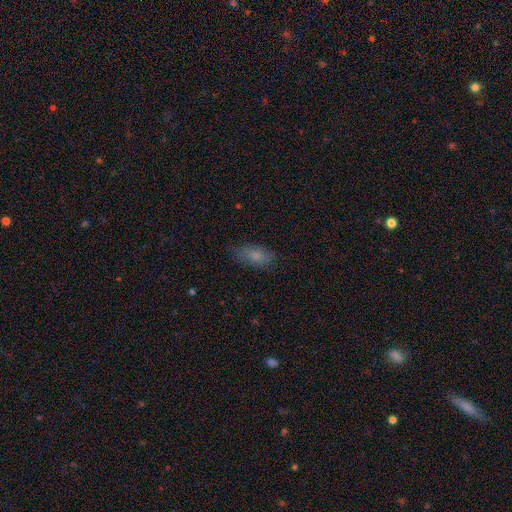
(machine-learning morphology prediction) type=smooth (79%); roundness=in between (87%); merging=none (75%).